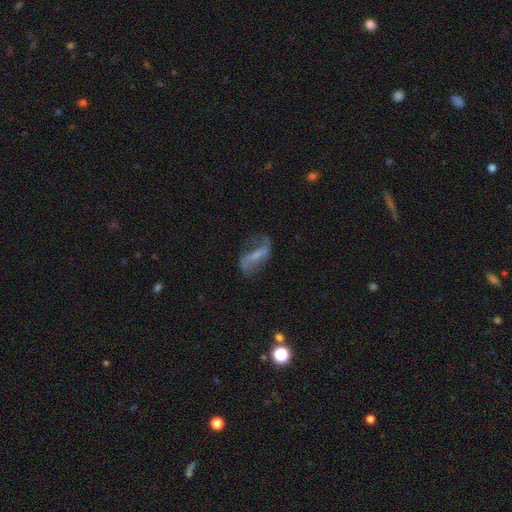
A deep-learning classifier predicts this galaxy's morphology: smooth-or-featured: featured or disk: 70% | smooth: 20% | star or artifact: 9%
  disk-edge-on: no: 89% | yes: 11%
    bar: strong: 51% | weak: 30% | no: 19%
    has-spiral-arms: yes: 78% | no: 22%
    bulge-size: small: 46% | none: 31% | moderate: 19% | large: 3% | dominant: 1%
  merging: none: 55% | major disturbance: 21% | minor disturbance: 21% | merger: 3%